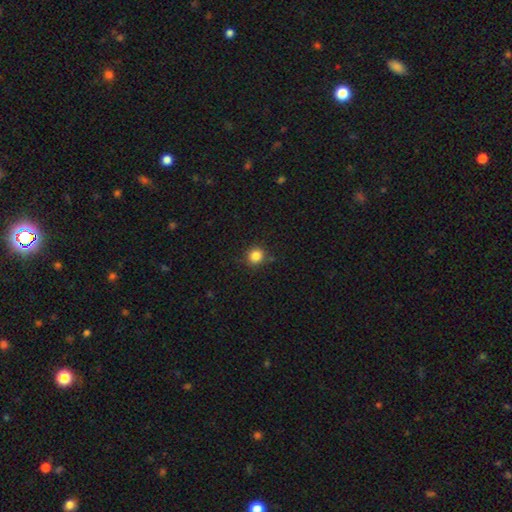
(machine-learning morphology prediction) A smooth galaxy with no disk features (85%) that is round (89%). Merging: none (87%).